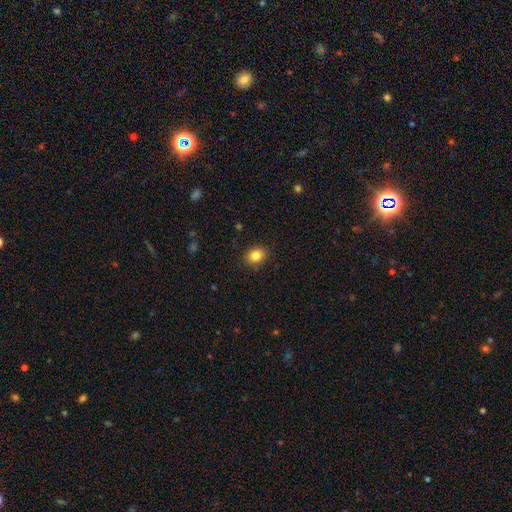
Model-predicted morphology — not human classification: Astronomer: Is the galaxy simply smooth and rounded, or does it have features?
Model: smooth — 83%.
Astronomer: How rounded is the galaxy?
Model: in between — 52% (runner-up: round, 47%).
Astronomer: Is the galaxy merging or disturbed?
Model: none — 88%.